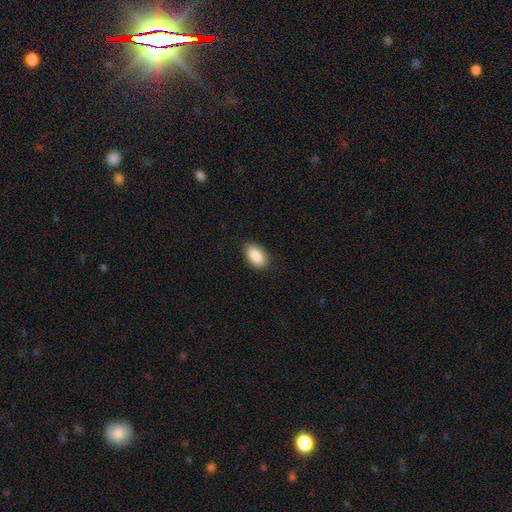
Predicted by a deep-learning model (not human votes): Smooth or featured: smooth — 89% (star or artifact — 6%)
How rounded: in between — 94% (round — 4%)
Merging: none — 86% (minor disturbance — 11%)